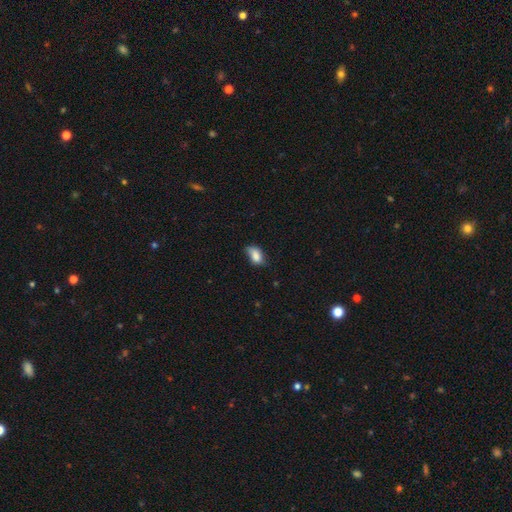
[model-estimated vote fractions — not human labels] Smooth or featured?
  - smooth: 83% *
  - featured or disk: 9%
  - star or artifact: 8%
How rounded?
  - in between: 88% *
  - round: 10%
  - cigar-shaped: 2%
Merging?
  - none: 50% *
  - minor disturbance: 38%
  - major disturbance: 10%
  - merger: 2%